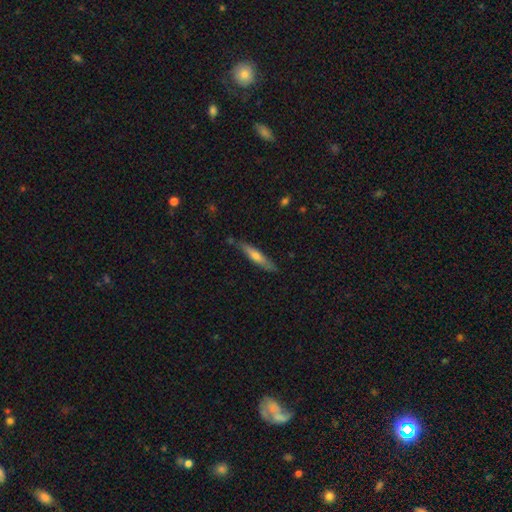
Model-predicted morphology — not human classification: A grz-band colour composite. It shows a featured or disk galaxy (48%). Merging: none (83%).